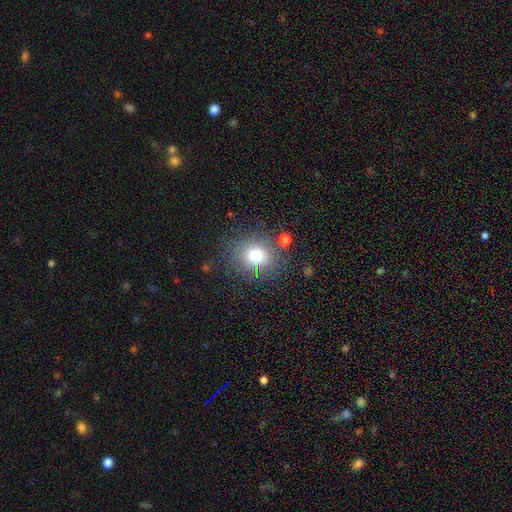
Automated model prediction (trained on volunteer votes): This is likely a smooth galaxy (73%). How rounded: clearly round (80%). Merging: likely none (78%).